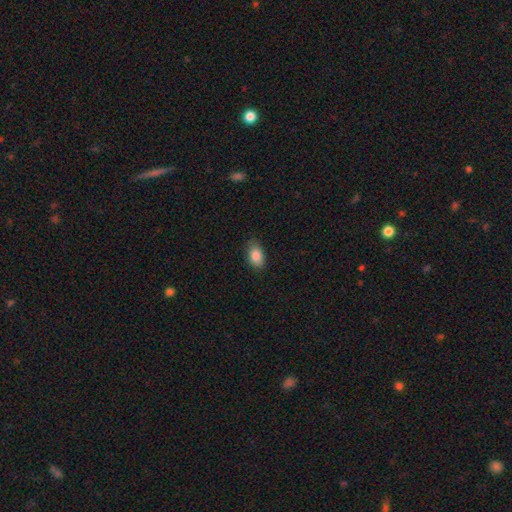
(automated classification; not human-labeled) Smooth or featured? Predicted: smooth (p=0.86). How rounded? Predicted: in between (p=0.89). Merging? Predicted: none (p=0.78).